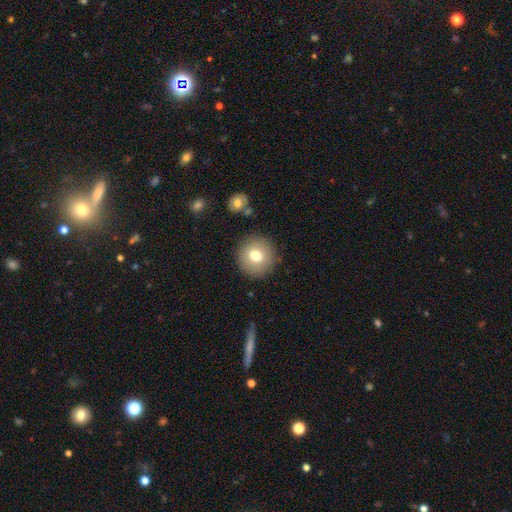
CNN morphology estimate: A smooth galaxy with no disk features (76%) that is round (94%).

Vote fractions:
- Smooth or featured? smooth: 76% / featured or disk: 14% / star or artifact: 10%
- How rounded? round: 94% / in between: 5% / cigar-shaped: 1%
- Merging? none: 88% / minor disturbance: 7% / major disturbance: 3% / merger: 2%